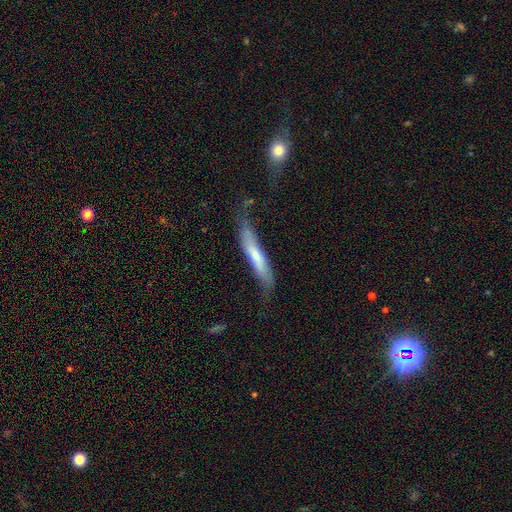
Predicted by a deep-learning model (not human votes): Smooth or featured? Predicted: smooth (p=0.54). How rounded? Predicted: cigar-shaped (p=0.86). Merging? Predicted: none (p=0.53).